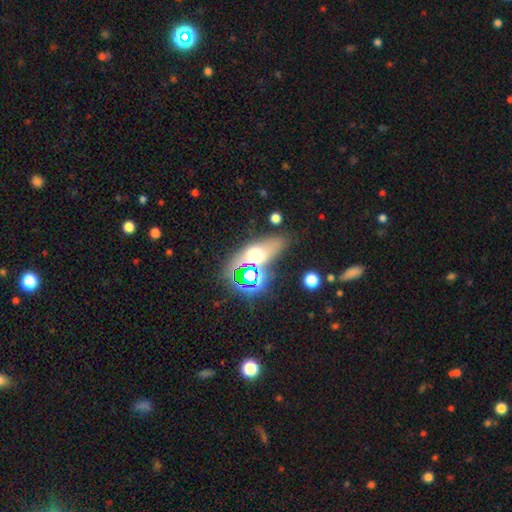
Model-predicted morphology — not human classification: The model was most divided on "smooth or featured": smooth: 48%, star or artifact: 28%, featured or disk: 24%. More confident: merging — none (68%).